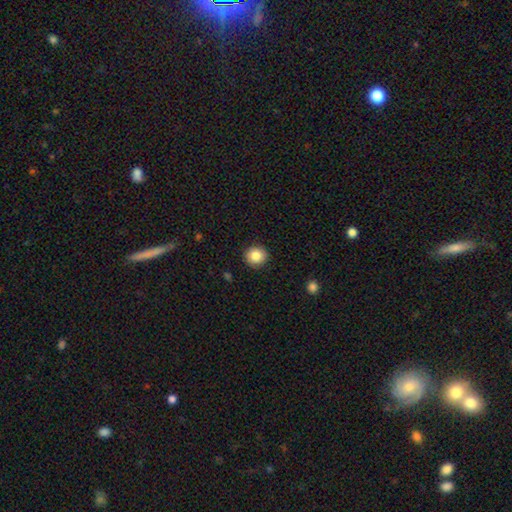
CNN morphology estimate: Smooth or featured?
  - smooth: 85% *
  - star or artifact: 9%
  - featured or disk: 6%
How rounded?
  - round: 90% *
  - in between: 10%
  - cigar-shaped: 1%
Merging?
  - none: 92% *
  - minor disturbance: 6%
  - major disturbance: 2%
  - merger: 1%